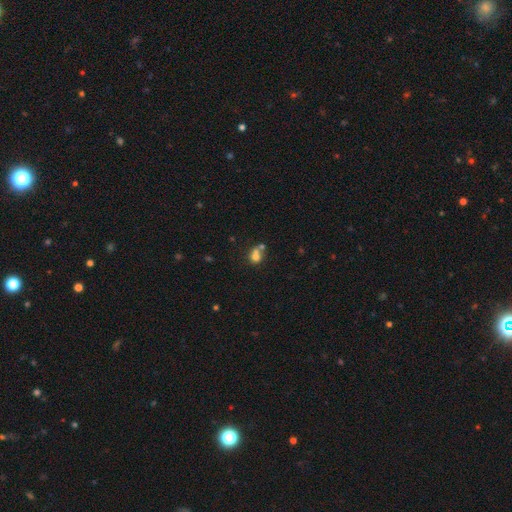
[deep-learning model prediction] Q: Smooth or featured?
A: smooth (69%); runner-up: featured or disk (17%)
Q: How rounded?
A: round (67%); runner-up: in between (32%)
Q: Merging?
A: merger (53%); runner-up: none (32%)